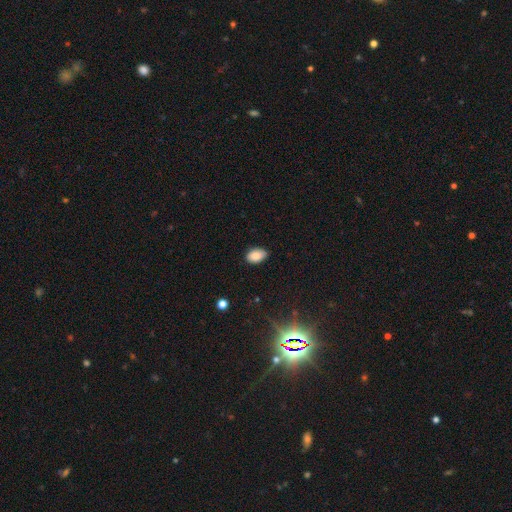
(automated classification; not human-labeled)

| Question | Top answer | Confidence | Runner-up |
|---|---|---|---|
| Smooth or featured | smooth | 87% | star or artifact (8%) |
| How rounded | in between | 89% | round (9%) |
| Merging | none | 79% | minor disturbance (17%) |